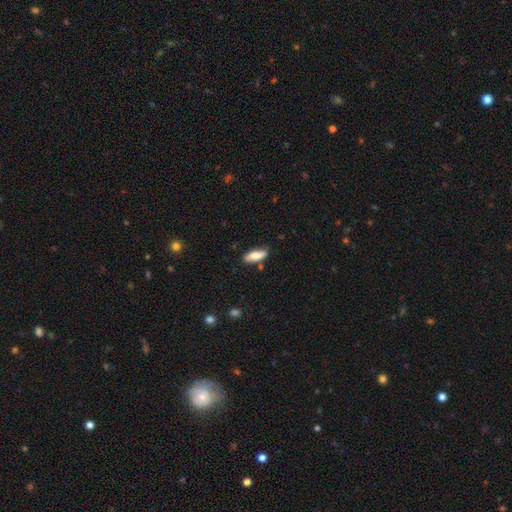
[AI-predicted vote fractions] The model was most divided on "how rounded": in between: 67%, cigar-shaped: 31%, round: 2%. More confident: merging — none (78%); smooth or featured — smooth (77%).